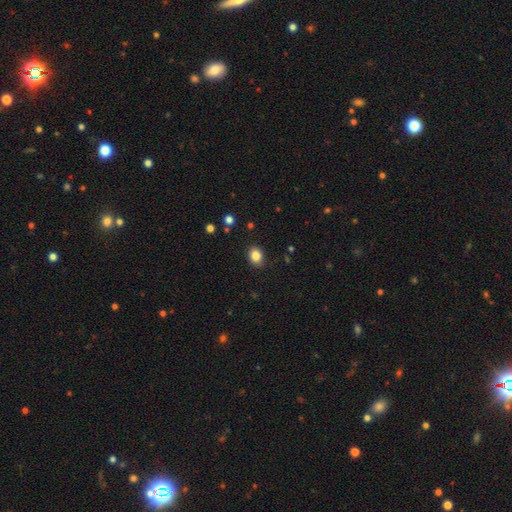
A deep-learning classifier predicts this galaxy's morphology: Smooth or featured? Predicted: smooth (p=0.85). How rounded? Predicted: in between (p=0.52). Merging? Predicted: none (p=0.88).